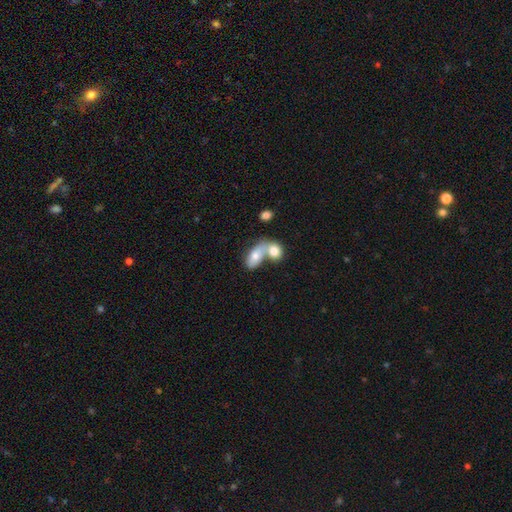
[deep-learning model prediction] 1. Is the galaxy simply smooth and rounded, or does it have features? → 73% smooth, 20% featured or disk, 7% star or artifact.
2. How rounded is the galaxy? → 85% in between, 10% round, 6% cigar-shaped.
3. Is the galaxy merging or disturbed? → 70% merger, 18% none, 6% minor disturbance, 5% major disturbance.